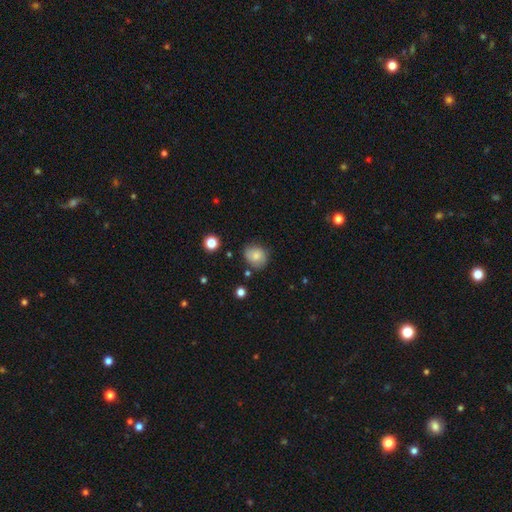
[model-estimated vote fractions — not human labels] This appears to be a smooth galaxy with no disk features (80%) that is round (67%). Merging: none (73%).